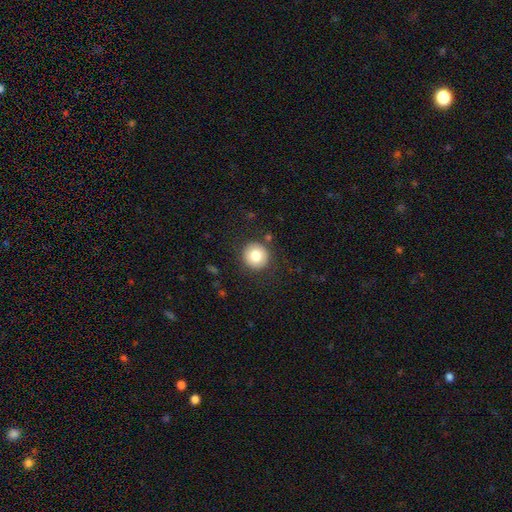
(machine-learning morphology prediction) Smooth or featured? smooth (81%)
How rounded? round (93%)
Merging? none (88%)